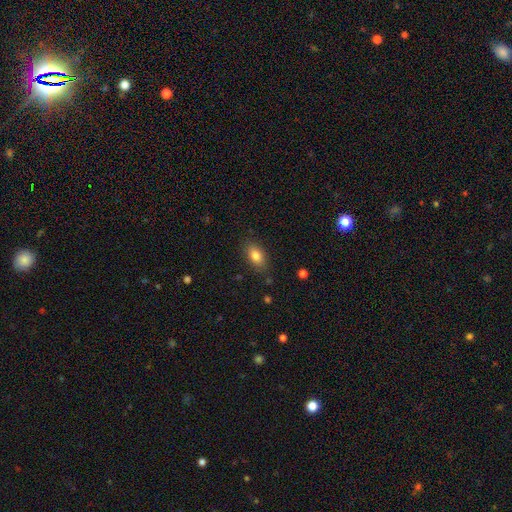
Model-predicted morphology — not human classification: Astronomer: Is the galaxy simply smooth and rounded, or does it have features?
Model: smooth — 82%.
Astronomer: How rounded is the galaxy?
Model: in between — 87%.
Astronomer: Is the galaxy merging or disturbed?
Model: none — 84%.